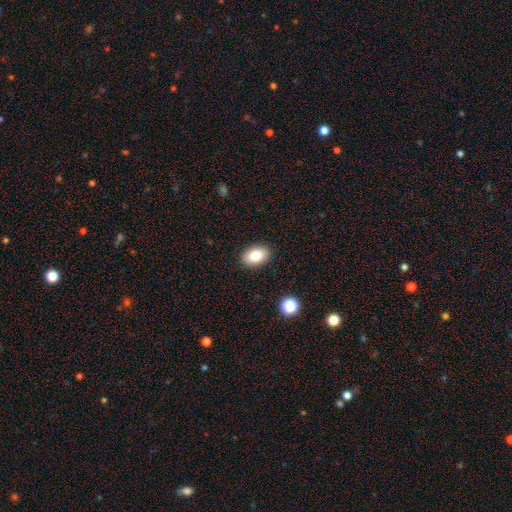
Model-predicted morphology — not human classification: type=smooth (83%); roundness=in between (88%); merging=none (89%).